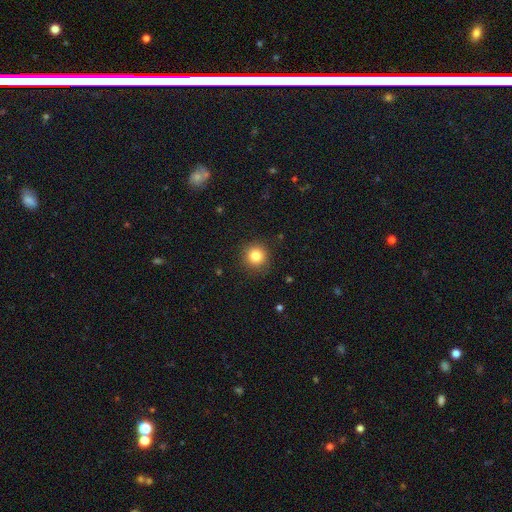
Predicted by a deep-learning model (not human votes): Morphology: type=smooth (82%); roundness=round (95%); merging=none (91%).